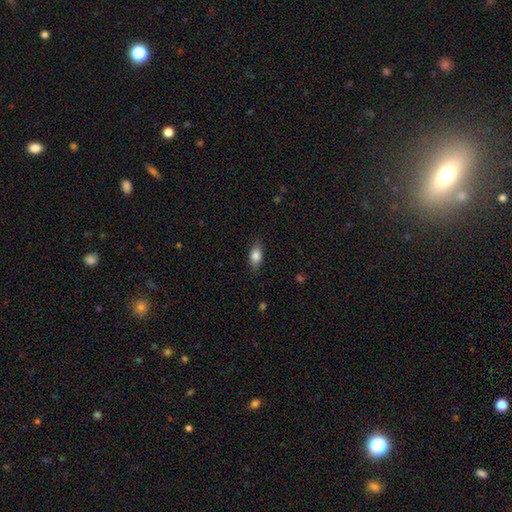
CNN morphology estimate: This appears to be a smooth galaxy with no disk features (81%) that is in between round and cigar-shaped (84%). Merging: none (82%).